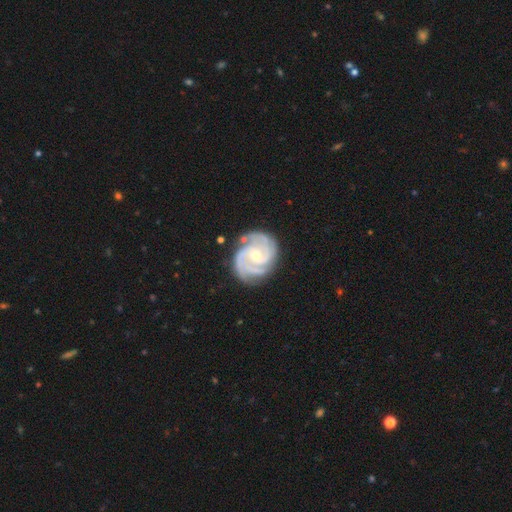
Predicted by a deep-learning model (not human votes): This appears to be a featured or disk galaxy (91%) with no bar (60%), 3 (45%) tight (62%) spiral arms (98%) and a small central bulge (63%). Merging: none (77%).